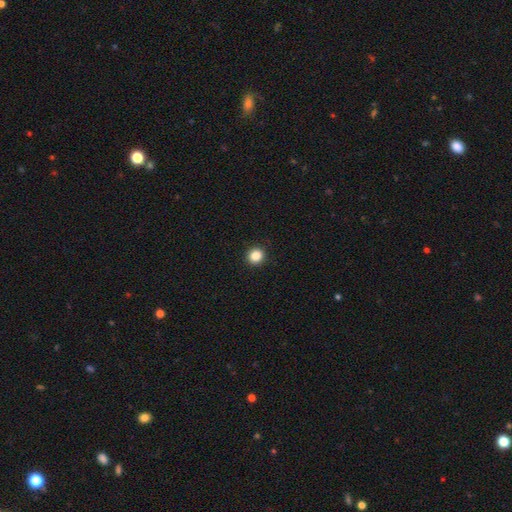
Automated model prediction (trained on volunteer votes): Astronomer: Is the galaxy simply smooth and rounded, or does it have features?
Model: smooth — 86%.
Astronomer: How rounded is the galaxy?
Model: round — 91%.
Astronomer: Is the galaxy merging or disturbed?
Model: none — 93%.